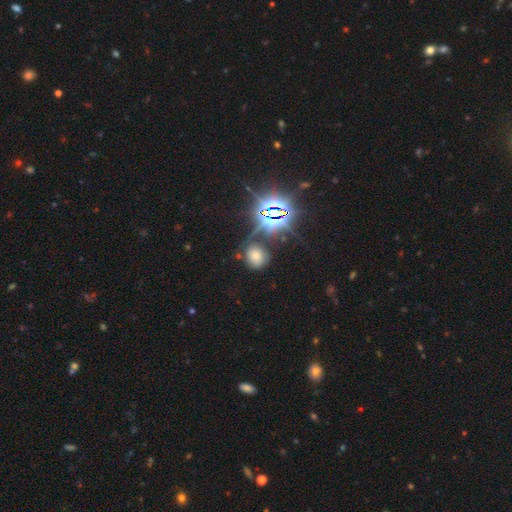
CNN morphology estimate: smooth_or_featured: smooth (p=0.47) [alt: star or artifact p=0.39]
merging: none (p=0.70) [alt: minor disturbance p=0.17]